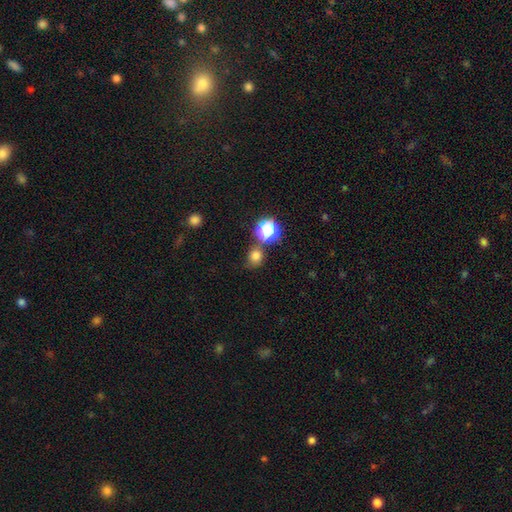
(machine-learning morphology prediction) smooth-or-featured: smooth: 74% | star or artifact: 20% | featured or disk: 6%
  how-rounded: round: 80% | in between: 19% | cigar-shaped: 1%
  merging: none: 70% | merger: 13% | minor disturbance: 13% | major disturbance: 4%